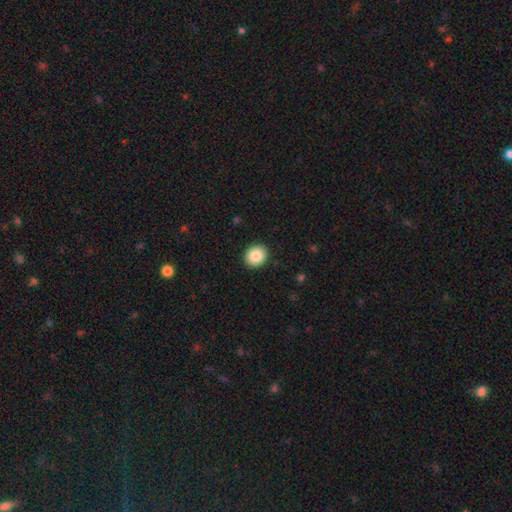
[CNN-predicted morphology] Overall: smooth (86%). How rounded: round (69%; in between 30%). Merging: none (91%).